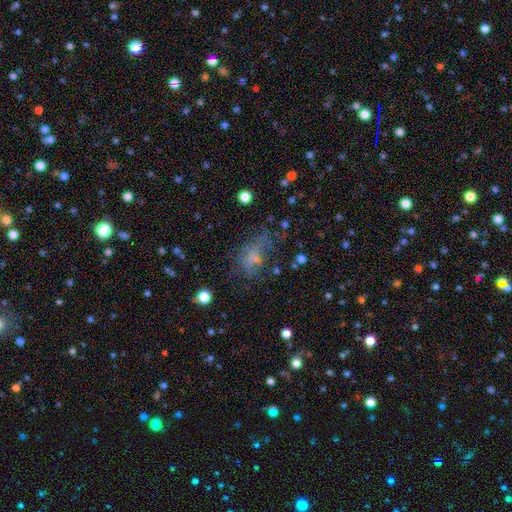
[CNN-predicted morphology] The model was most divided on "merging": none: 43%, major disturbance: 27%, minor disturbance: 24%, merger: 5%. Remaining: smooth or featured — smooth (47%).